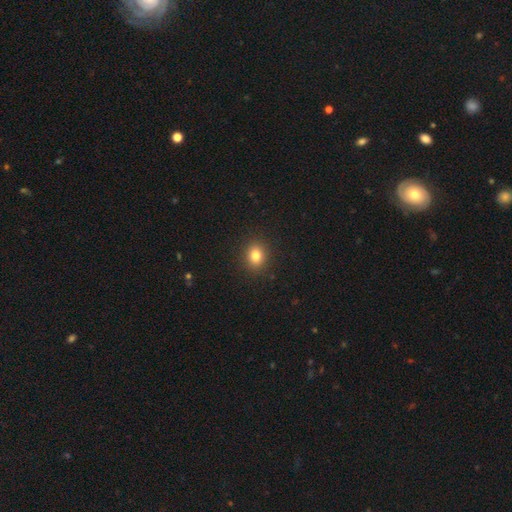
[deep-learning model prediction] smooth 82%, star or artifact 12%, featured or disk 6%. Down the decision tree: how rounded — round (63%); merging — none (90%).